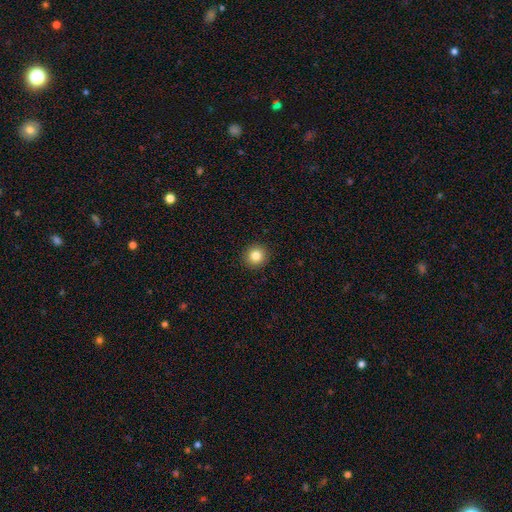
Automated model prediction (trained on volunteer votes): smooth-or-featured: smooth: 84% | star or artifact: 10% | featured or disk: 6%
  how-rounded: round: 93% | in between: 6% | cigar-shaped: 1%
  merging: none: 93% | minor disturbance: 5% | major disturbance: 2% | merger: 1%